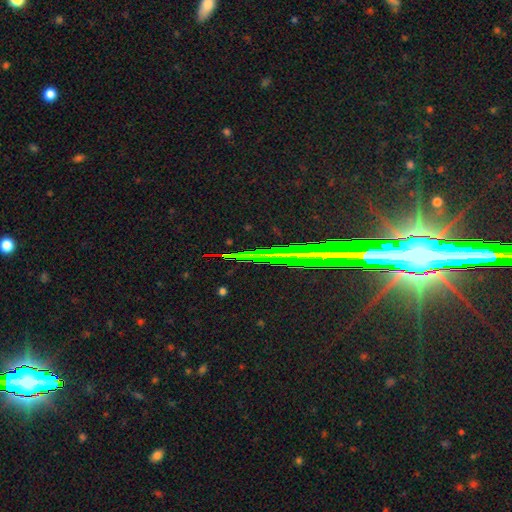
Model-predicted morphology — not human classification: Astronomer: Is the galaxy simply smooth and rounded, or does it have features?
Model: star or artifact — 78%.